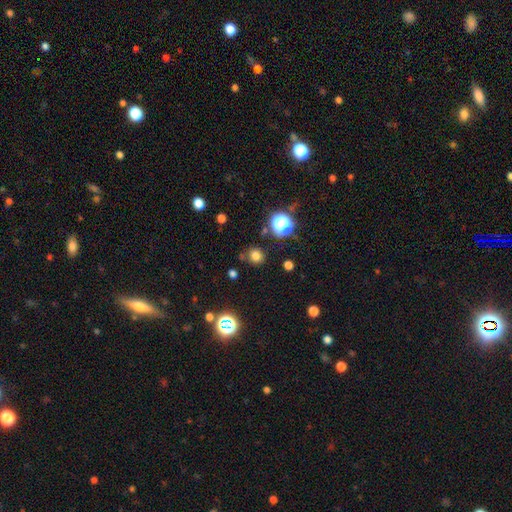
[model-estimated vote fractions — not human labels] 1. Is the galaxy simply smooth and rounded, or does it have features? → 75% smooth, 19% star or artifact, 6% featured or disk.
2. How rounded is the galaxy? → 87% round, 12% in between, 1% cigar-shaped.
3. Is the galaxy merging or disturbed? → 82% none, 10% minor disturbance, 4% merger, 3% major disturbance.